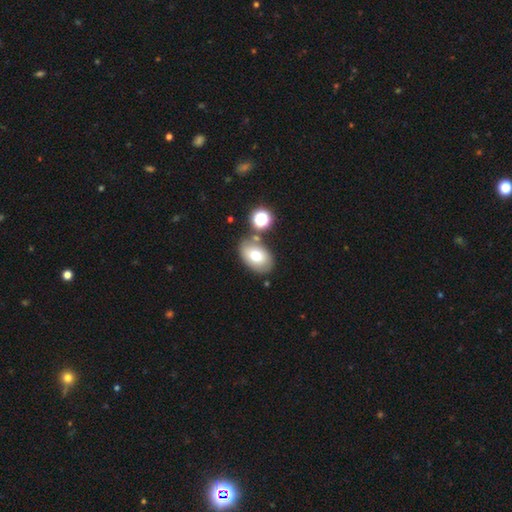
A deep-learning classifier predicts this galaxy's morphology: Smooth or featured? smooth (70%)
How rounded? in between (83%)
Merging? none (71%)